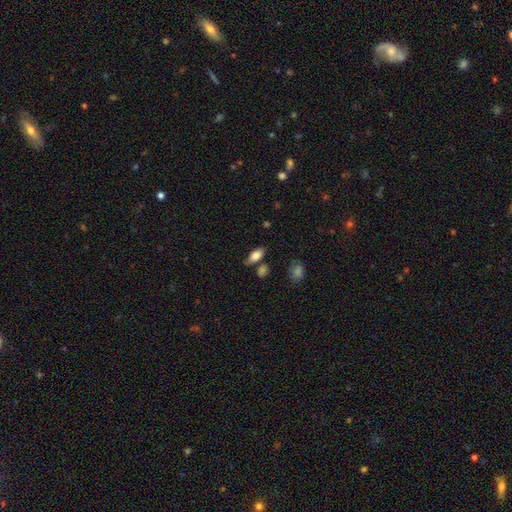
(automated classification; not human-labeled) Overall: smooth (77%). How rounded: in between (84%). Merging: none (73%).